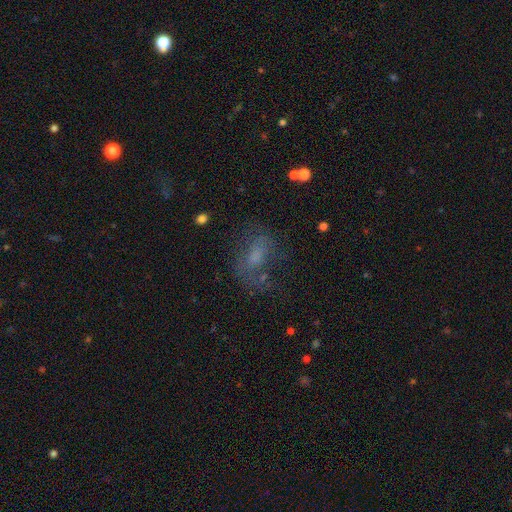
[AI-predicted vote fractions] smooth-or-featured: smooth: 42% | featured or disk: 39% | star or artifact: 20%
  merging: none: 49% | major disturbance: 26% | minor disturbance: 21% | merger: 4%